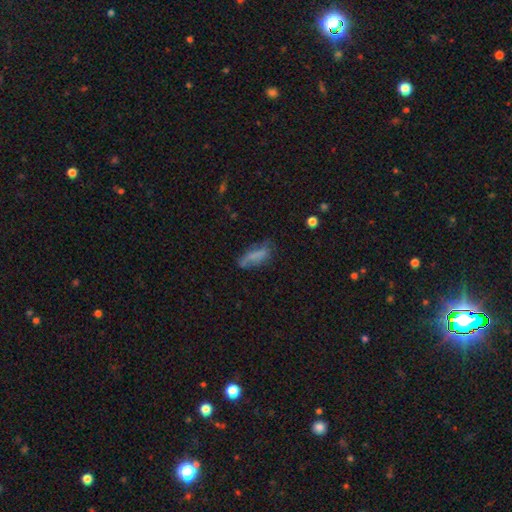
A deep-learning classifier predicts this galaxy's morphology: Overall: smooth (69%). How rounded: in between (57%; cigar-shaped 41%). Merging: none (51%; minor disturbance 31%).